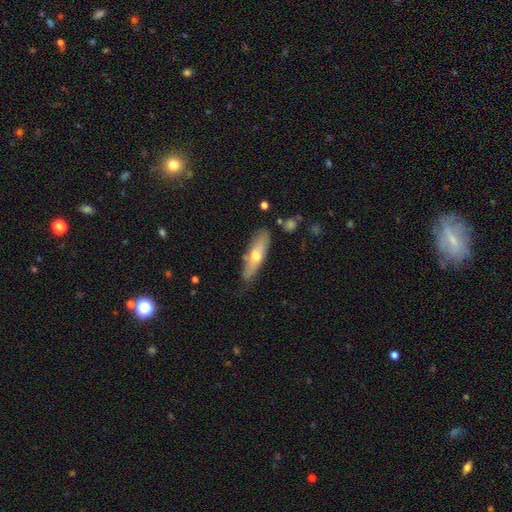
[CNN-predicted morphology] Smooth or featured?
  - smooth: 52% *
  - featured or disk: 42%
  - star or artifact: 6%
How rounded?
  - cigar-shaped: 58% *
  - in between: 39%
  - round: 2%
Merging?
  - none: 77% *
  - minor disturbance: 16%
  - major disturbance: 3%
  - merger: 3%